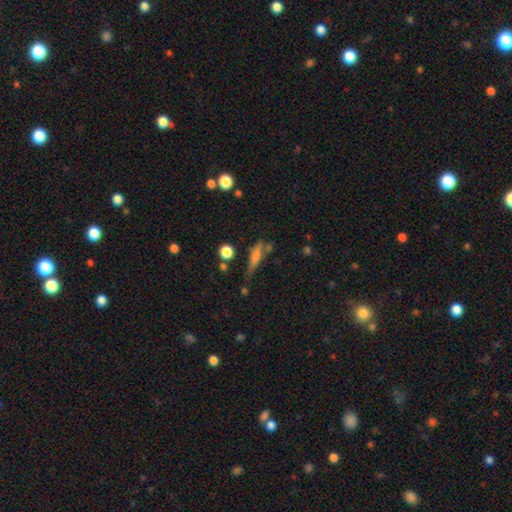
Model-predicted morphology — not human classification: Smooth or featured?
  - smooth: 47% *
  - featured or disk: 41%
  - star or artifact: 13%
Merging?
  - none: 60% *
  - minor disturbance: 23%
  - merger: 9%
  - major disturbance: 9%